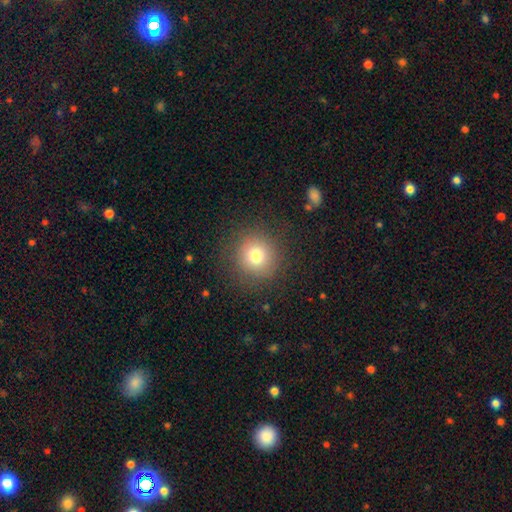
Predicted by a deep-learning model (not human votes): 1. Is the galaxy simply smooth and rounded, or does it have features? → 76% smooth, 14% star or artifact, 10% featured or disk.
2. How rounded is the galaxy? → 94% round, 5% in between, 1% cigar-shaped.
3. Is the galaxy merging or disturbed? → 87% none, 8% minor disturbance, 4% major disturbance, 1% merger.